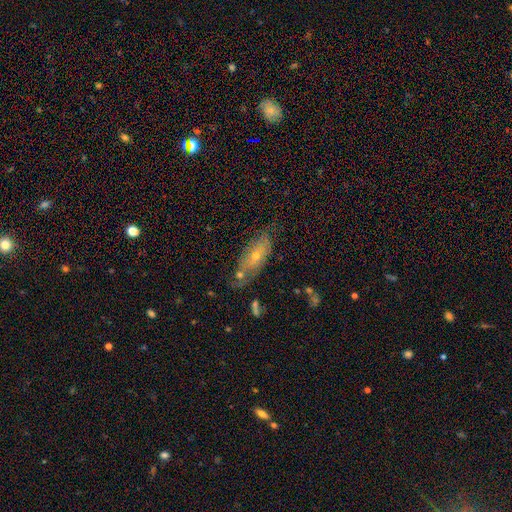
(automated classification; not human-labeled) Smooth or featured: smooth — 47% (featured or disk — 44%)
Merging: none — 57% (minor disturbance — 24%)